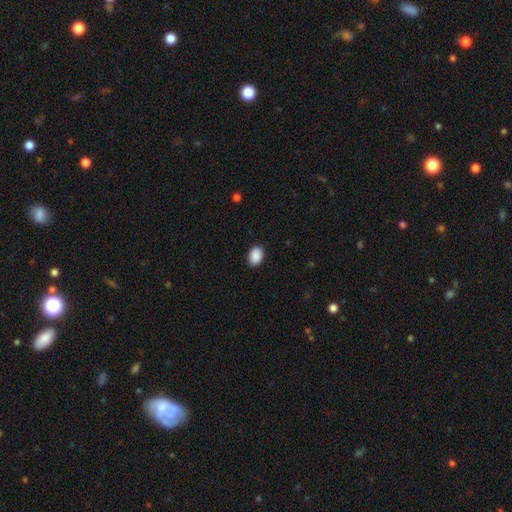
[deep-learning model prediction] A smooth galaxy with no disk features (91%) that is in between round and cigar-shaped (83%). Merging: none (89%).